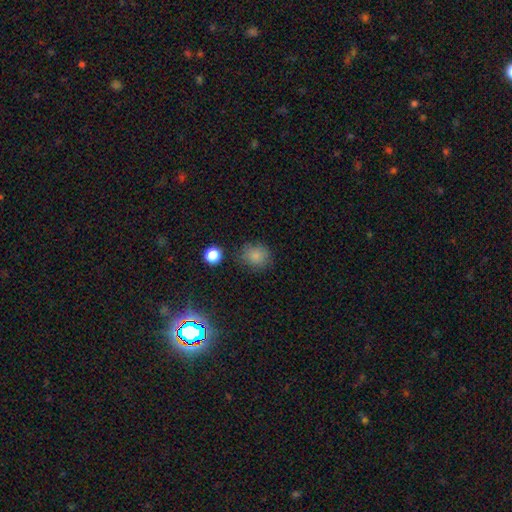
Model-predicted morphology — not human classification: Smooth or featured: smooth — 81% (star or artifact — 13%)
How rounded: round — 81% (in between — 18%)
Merging: none — 79% (minor disturbance — 14%)